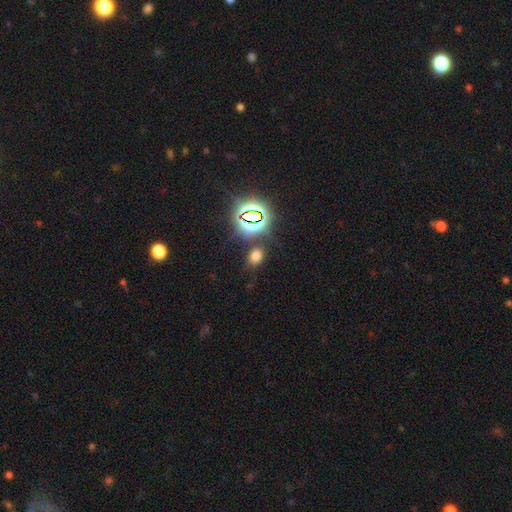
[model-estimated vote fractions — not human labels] A smooth galaxy with no disk features (62%) that is in between round and cigar-shaped (68%).

Vote fractions:
- Smooth or featured? smooth: 62% / star or artifact: 32% / featured or disk: 6%
- How rounded? in between: 68% / round: 30% / cigar-shaped: 2%
- Merging? none: 81% / minor disturbance: 10% / merger: 5% / major disturbance: 4%